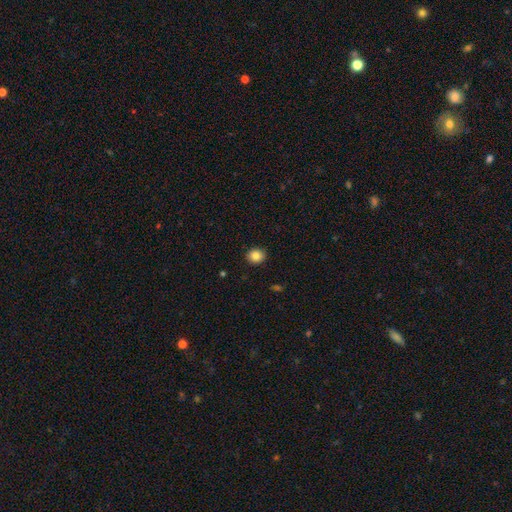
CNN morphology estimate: Smooth or featured? smooth (86%)
How rounded? round (75%)
Merging? none (91%)